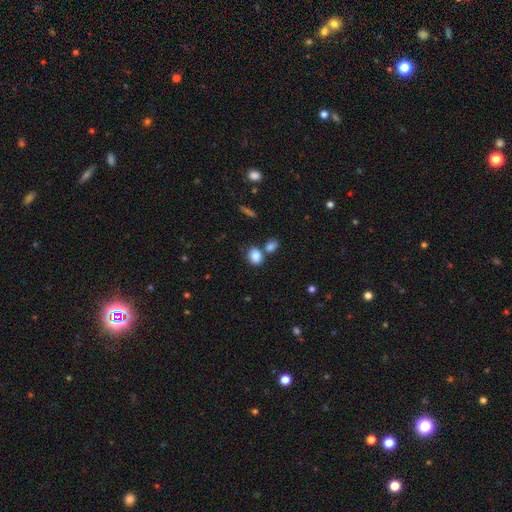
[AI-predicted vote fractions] This is clearly a smooth galaxy (84%). How rounded: possibly in between (50%). Merging: possibly none (55%).